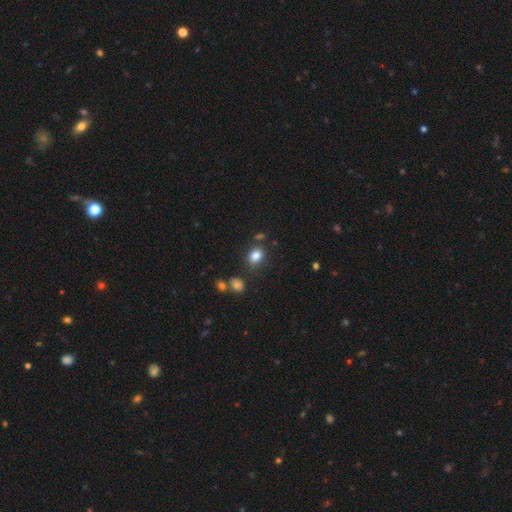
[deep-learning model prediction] This is clearly a smooth galaxy (83%). How rounded: likely in between (61%). Merging: likely none (75%).